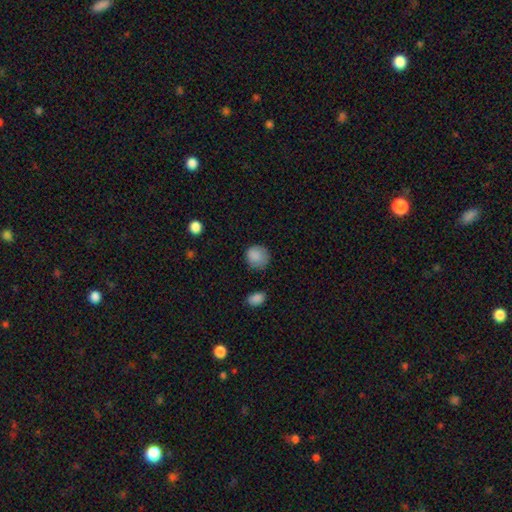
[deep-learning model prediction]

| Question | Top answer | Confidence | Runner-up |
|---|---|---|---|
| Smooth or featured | smooth | 87% | star or artifact (8%) |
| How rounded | round | 84% | in between (15%) |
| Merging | none | 75% | minor disturbance (19%) |